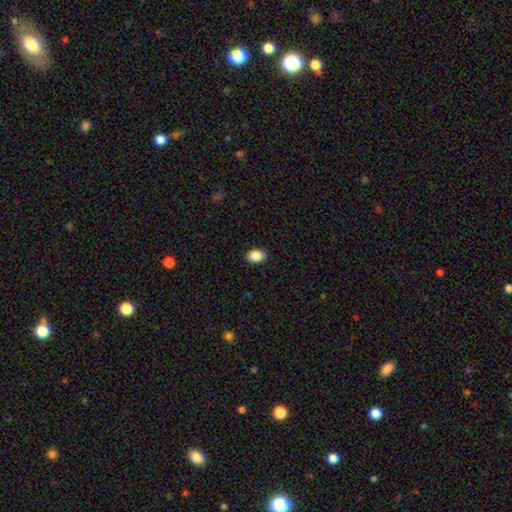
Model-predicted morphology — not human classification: Smooth or featured? Predicted: smooth (p=0.89). How rounded? Predicted: in between (p=0.89). Merging? Predicted: none (p=0.89).